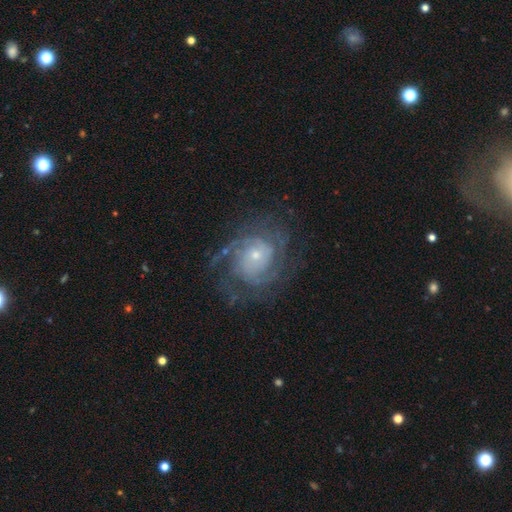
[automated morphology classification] type=featured or disk (82%); edge-on=no (97%); bar=no (76%); spiral arms=yes (93%); winding=tight (58%); arm count=can't tell (34%); bulge=small (66%); merging=none (70%).